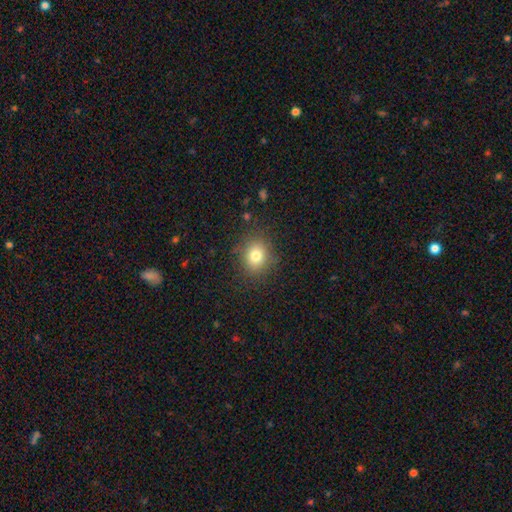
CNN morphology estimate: Smooth or featured?
  - smooth: 78% *
  - star or artifact: 13%
  - featured or disk: 9%
How rounded?
  - round: 68% *
  - in between: 31%
  - cigar-shaped: 1%
Merging?
  - none: 85% *
  - minor disturbance: 10%
  - major disturbance: 4%
  - merger: 1%